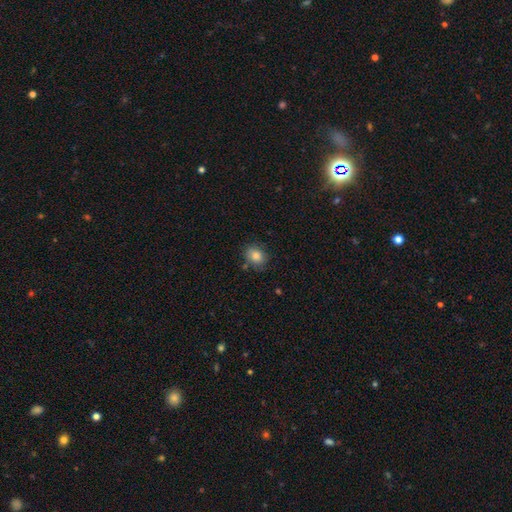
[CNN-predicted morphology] The model was most divided on "how rounded": in between: 53%, round: 46%, cigar-shaped: 1%. More confident: smooth or featured — smooth (82%); merging — none (74%).